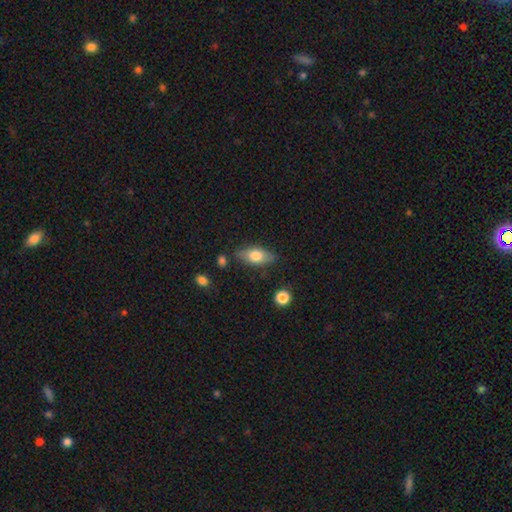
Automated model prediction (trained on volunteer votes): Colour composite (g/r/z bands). It shows a smooth galaxy with no disk features (70%) that is in between round and cigar-shaped (84%). Merging: none (77%).